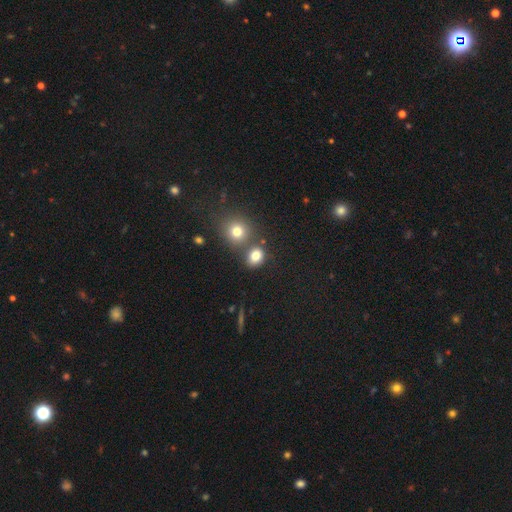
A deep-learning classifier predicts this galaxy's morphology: The model was most divided on "how rounded": round: 56%, in between: 43%, cigar-shaped: 1%. More confident: smooth or featured — smooth (79%); merging — none (67%).